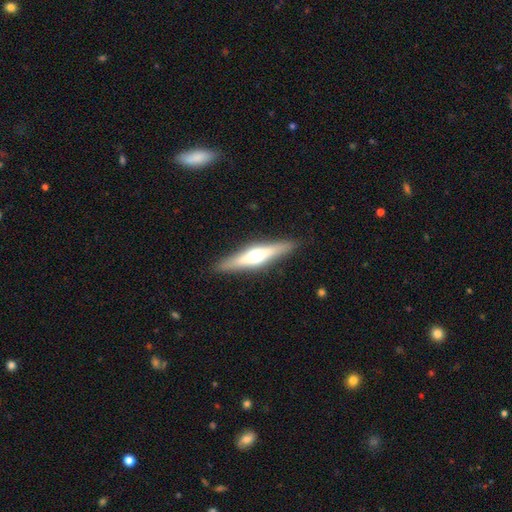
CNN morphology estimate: Smooth or featured? featured or disk (62%)
Edge-on disk? yes (95%)
Edge-on bulge? rounded (89%)
Merging? none (89%)